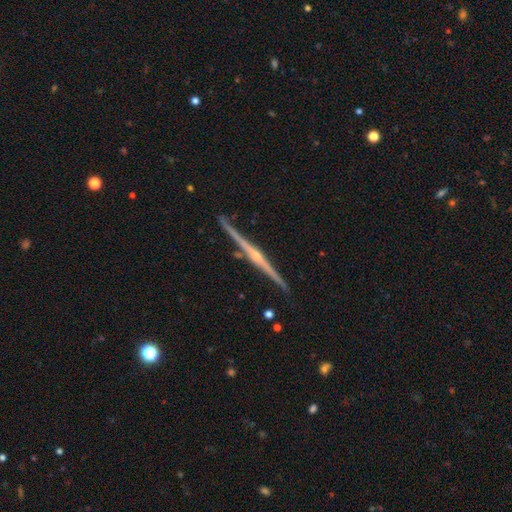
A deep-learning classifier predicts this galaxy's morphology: Smooth or featured: featured or disk — 89% (smooth — 7%)
Edge-on disk: yes — 99% (no — 1%)
Edge-on bulge: rounded — 79% (none — 13%)
Merging: none — 91% (minor disturbance — 6%)